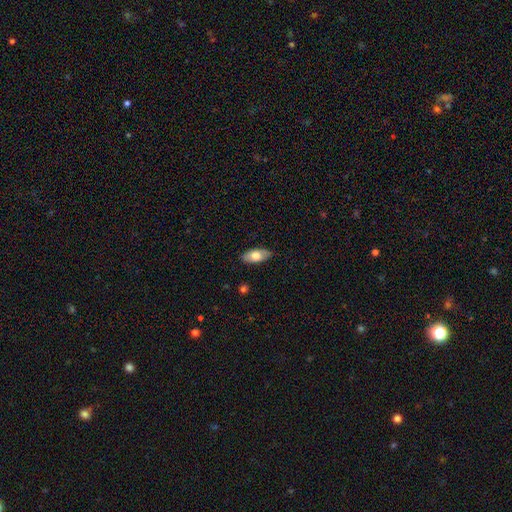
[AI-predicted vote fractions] A smooth galaxy with no disk features (70%) that is in between round and cigar-shaped (89%). Merging: none (87%).